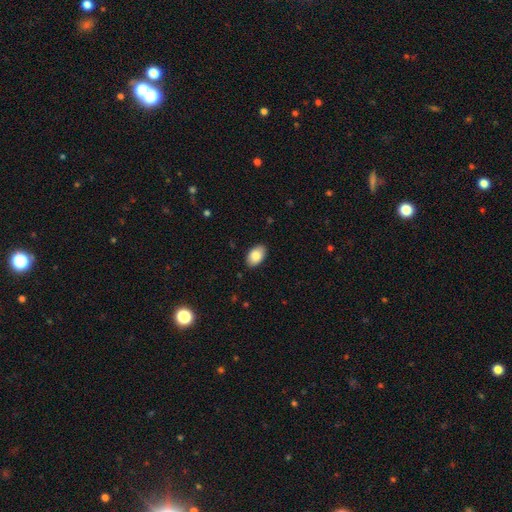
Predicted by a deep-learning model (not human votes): The model was most divided on "merging": none: 88%, minor disturbance: 9%, major disturbance: 2%, merger: 1%. More confident: how rounded — in between (92%); smooth or featured — smooth (87%).